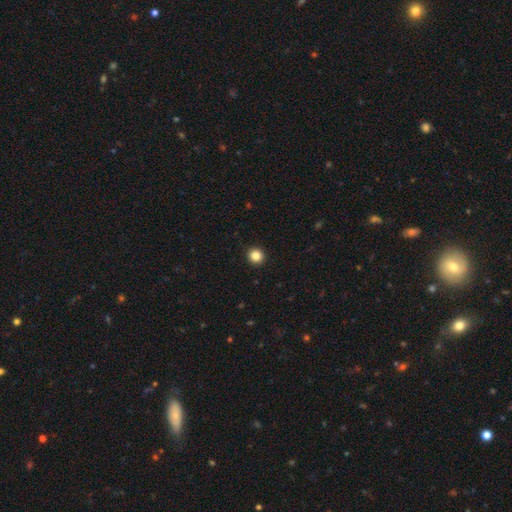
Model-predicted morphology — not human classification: Smooth or featured: smooth — 85% (star or artifact — 11%)
How rounded: round — 94% (in between — 5%)
Merging: none — 93% (minor disturbance — 4%)